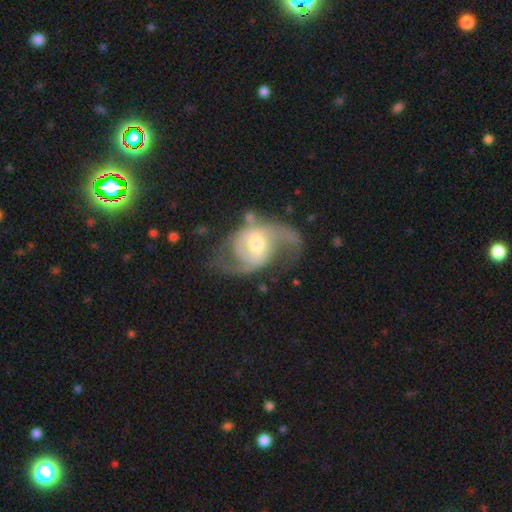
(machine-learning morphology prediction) Overall: featured or disk (83%). Edge-on disk: no (97%). Bar: no (48%; weak 40%). Spiral arms: yes (92%). Spiral arm count: 2 (78%). Spiral winding: medium (48%; loose 32%). Bulge size: moderate (63%; small 24%). Merging: none (51%; major disturbance 24%).